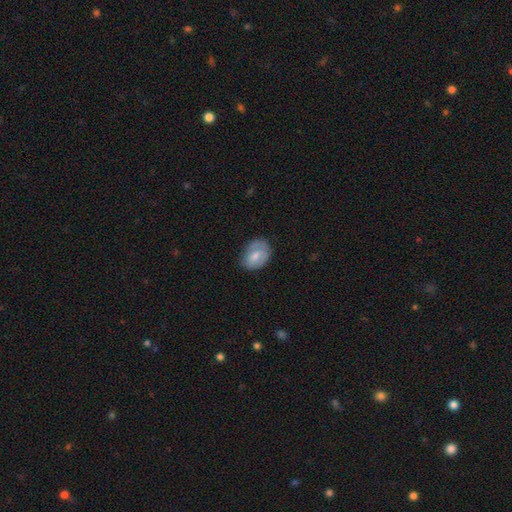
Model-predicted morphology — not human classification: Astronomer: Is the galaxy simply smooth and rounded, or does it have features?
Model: smooth — 65%.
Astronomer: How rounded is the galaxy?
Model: in between — 71%.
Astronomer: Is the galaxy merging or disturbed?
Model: none — 64%.